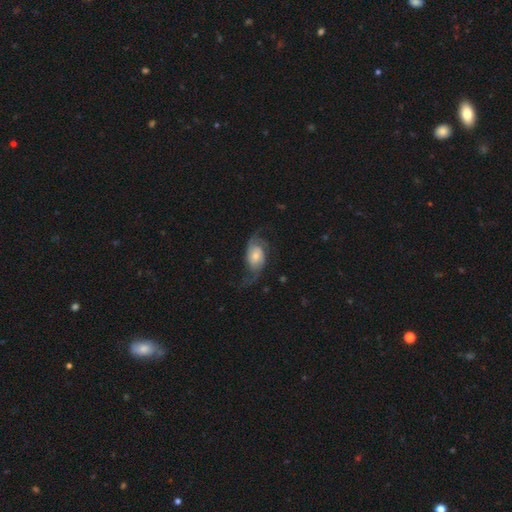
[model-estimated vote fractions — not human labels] Q: Smooth or featured?
A: featured or disk (72%); runner-up: smooth (22%)
Q: Edge-on disk?
A: no (96%); runner-up: yes (4%)
Q: Bar?
A: no (63%); runner-up: weak (31%)
Q: Spiral arms?
A: yes (92%); runner-up: no (8%)
Q: Spiral winding?
A: loose (53%); runner-up: medium (34%)
Q: Spiral arm count?
A: 2 (80%); runner-up: can't tell (8%)
Q: Bulge size?
A: moderate (49%); runner-up: small (31%)
Q: Merging?
A: none (53%); runner-up: major disturbance (24%)